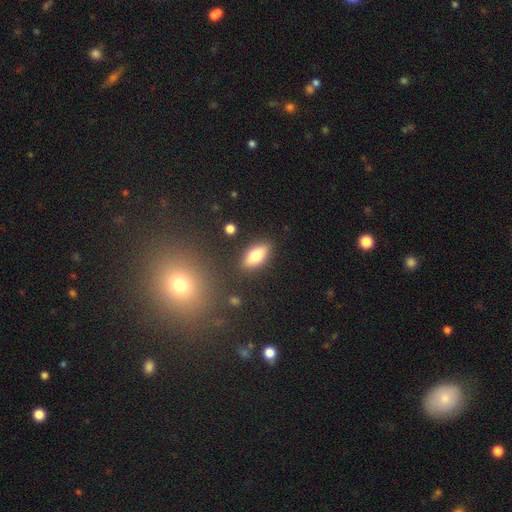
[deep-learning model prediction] Smooth or featured?
  - smooth: 76% *
  - featured or disk: 16%
  - star or artifact: 8%
How rounded?
  - in between: 84% *
  - cigar-shaped: 12%
  - round: 4%
Merging?
  - none: 86% *
  - minor disturbance: 9%
  - major disturbance: 3%
  - merger: 2%